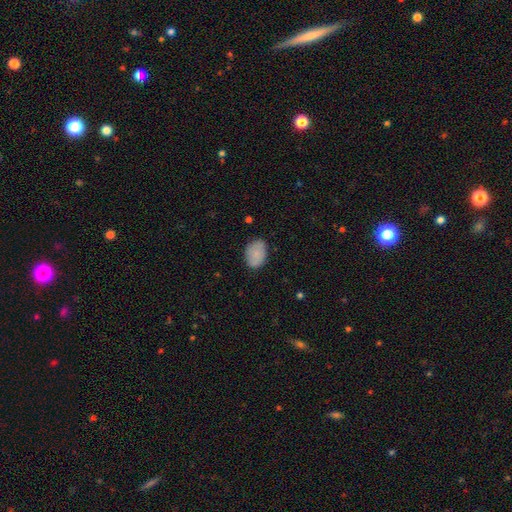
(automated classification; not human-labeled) Smooth or featured?
  - smooth: 81% *
  - featured or disk: 12%
  - star or artifact: 7%
How rounded?
  - in between: 80% *
  - round: 19%
  - cigar-shaped: 1%
Merging?
  - none: 80% *
  - minor disturbance: 16%
  - major disturbance: 3%
  - merger: 1%